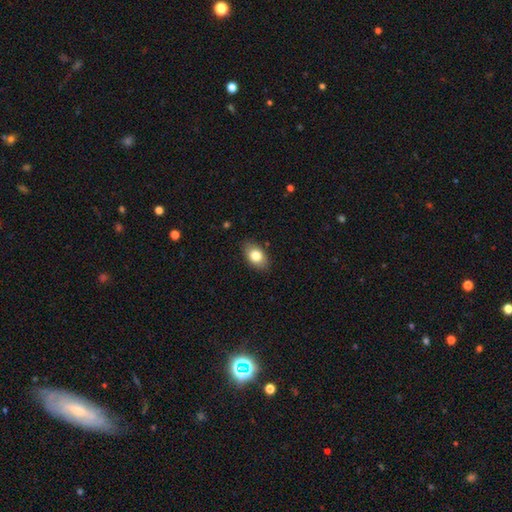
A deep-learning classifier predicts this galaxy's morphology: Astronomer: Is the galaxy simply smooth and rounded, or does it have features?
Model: smooth — 81%.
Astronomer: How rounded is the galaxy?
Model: in between — 85%.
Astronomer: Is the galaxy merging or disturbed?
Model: none — 86%.